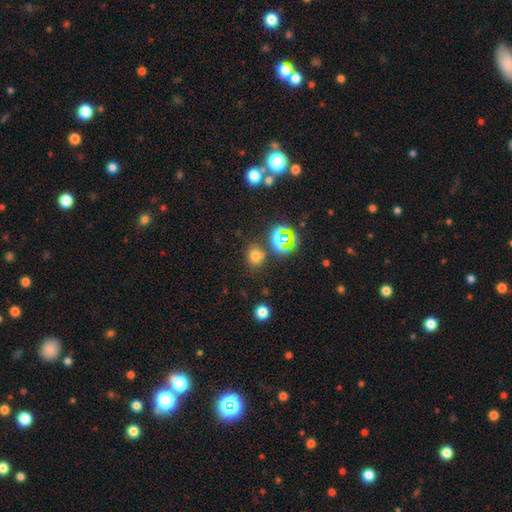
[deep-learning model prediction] Q: Smooth or featured?
A: smooth (63%); runner-up: star or artifact (29%)
Q: How rounded?
A: round (66%); runner-up: in between (32%)
Q: Merging?
A: none (71%); runner-up: merger (13%)